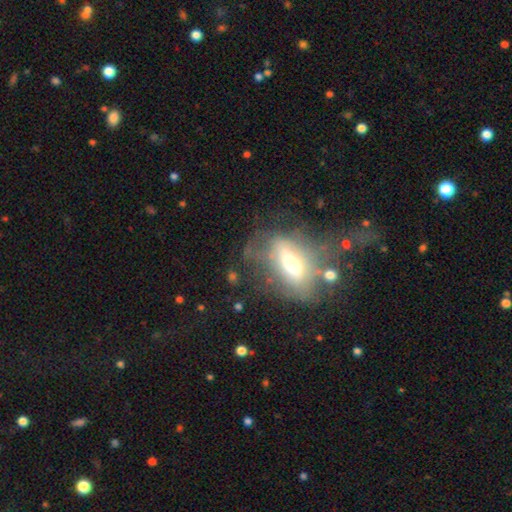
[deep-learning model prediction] Smooth or featured?
  - featured or disk: 53% *
  - smooth: 35%
  - star or artifact: 13%
Edge-on disk?
  - no: 71% *
  - yes: 29%
Merging?
  - none: 38% *
  - major disturbance: 31%
  - minor disturbance: 21%
  - merger: 10%